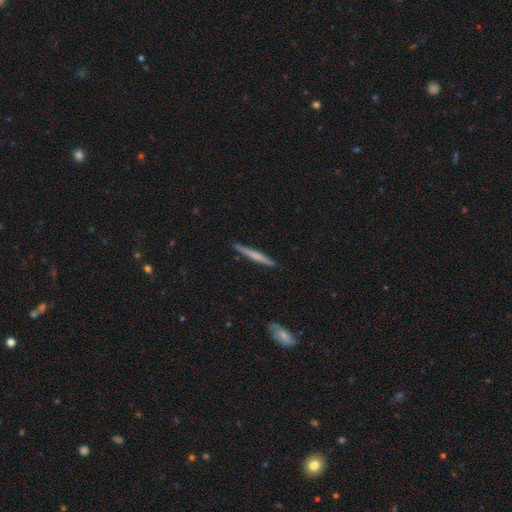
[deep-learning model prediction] smooth 51%, featured or disk 43%, star or artifact 5%. Down the decision tree: how rounded — cigar-shaped (96%); merging — none (90%).